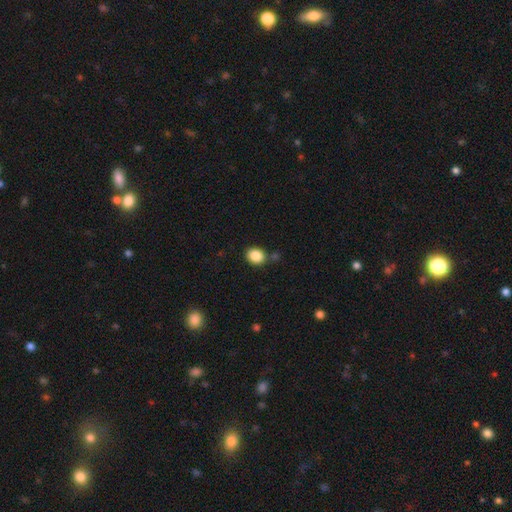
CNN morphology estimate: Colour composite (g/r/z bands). It shows a smooth galaxy with no disk features (87%) that is round (51%). Merging: none (78%).